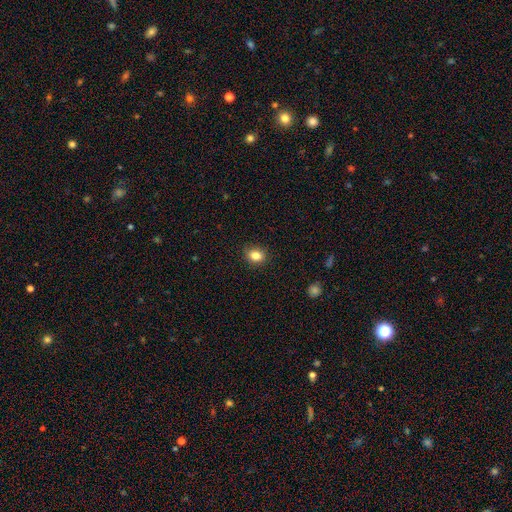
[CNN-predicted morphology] smooth-or-featured: smooth: 85% | star or artifact: 10% | featured or disk: 5%
  how-rounded: in between: 52% | round: 47% | cigar-shaped: 1%
  merging: none: 88% | minor disturbance: 9% | major disturbance: 2% | merger: 1%